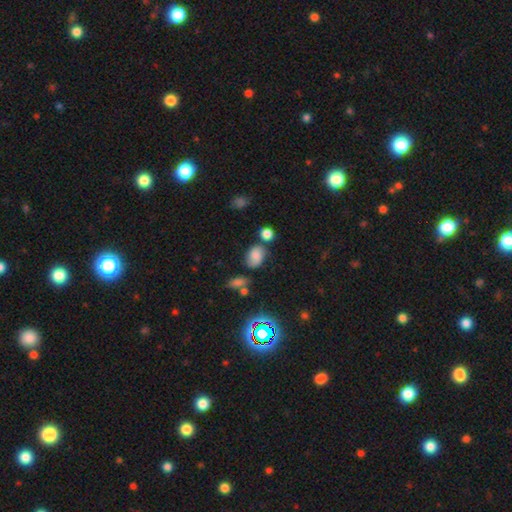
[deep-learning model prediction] The model was most divided on "merging": none: 56%, minor disturbance: 23%, merger: 13%, major disturbance: 8%. More confident: how rounded — in between (67%); smooth or featured — smooth (63%).